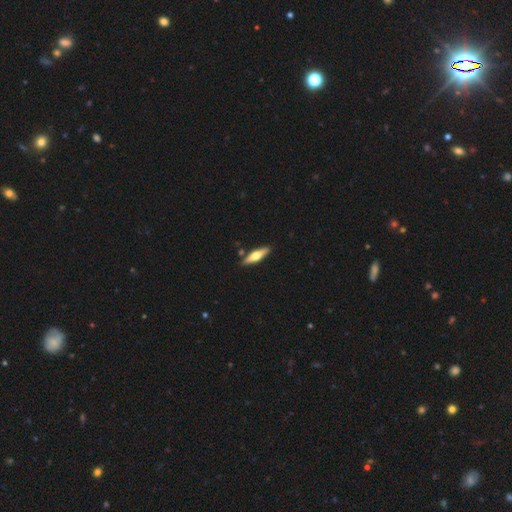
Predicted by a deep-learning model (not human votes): Morphology: type=featured or disk (50%); merging=none (86%).